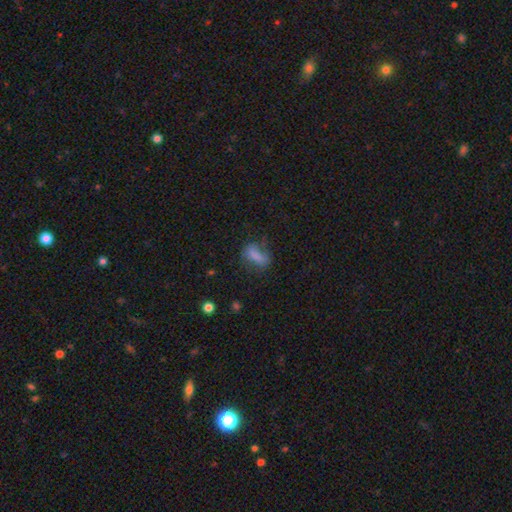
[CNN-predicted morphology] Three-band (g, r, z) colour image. It shows a smooth galaxy with no disk features (70%) that is in between round and cigar-shaped (75%). Merging: none (48%).